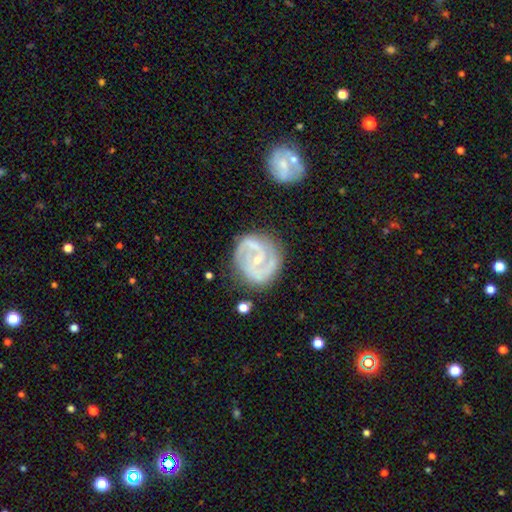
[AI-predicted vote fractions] Morphology: type=featured or disk (88%); edge-on=no (98%); bar=no (47%); spiral arms=yes (96%); winding=medium (44%, tied with tight); arm count=2 (77%); bulge=small (68%); merging=none (73%).